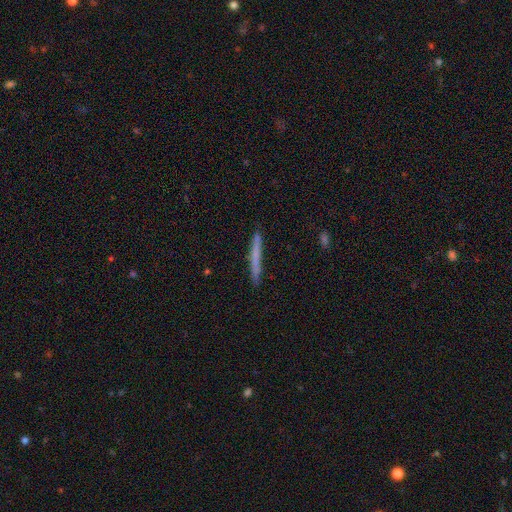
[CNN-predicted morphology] Overall: smooth (62%; featured or disk 32%). How rounded: cigar-shaped (97%). Merging: none (89%).